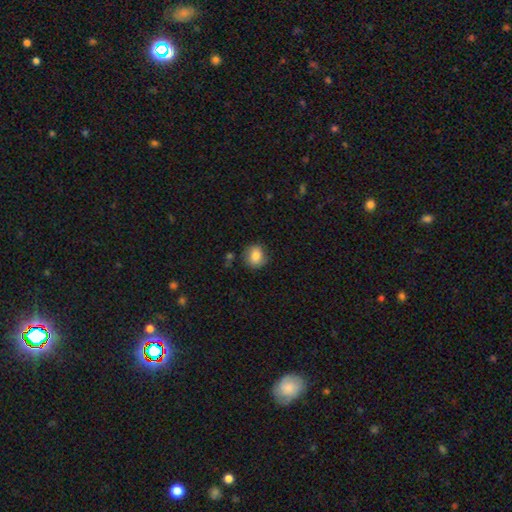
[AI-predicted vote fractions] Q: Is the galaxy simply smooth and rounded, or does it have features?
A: smooth — 81%.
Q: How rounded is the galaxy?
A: round — 75%.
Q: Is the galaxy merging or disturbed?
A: none — 77%.